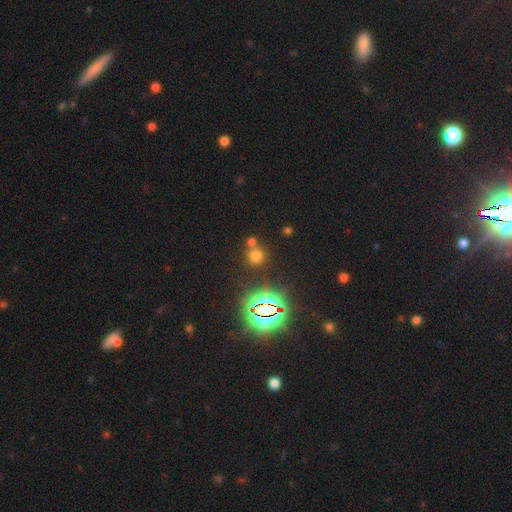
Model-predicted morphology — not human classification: Overall: smooth (58%; star or artifact 35%). How rounded: round (91%). Merging: none (66%).